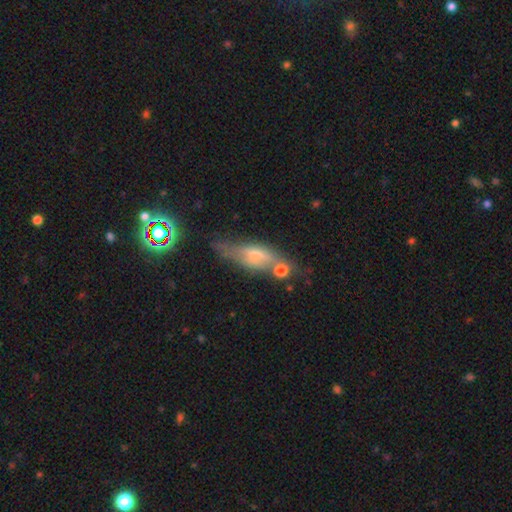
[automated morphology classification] smooth_or_featured: featured or disk (p=0.54) [alt: smooth p=0.34]
disk_edge_on: yes (p=0.72) [alt: no p=0.28]
merging: none (p=0.55) [alt: minor disturbance p=0.22]